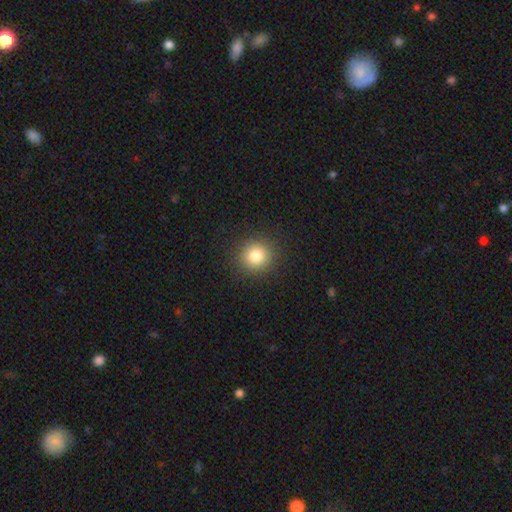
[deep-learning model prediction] smooth-or-featured: smooth: 82% | star or artifact: 12% | featured or disk: 6%
  how-rounded: round: 91% | in between: 8% | cigar-shaped: 1%
  merging: none: 91% | minor disturbance: 6% | major disturbance: 2% | merger: 1%